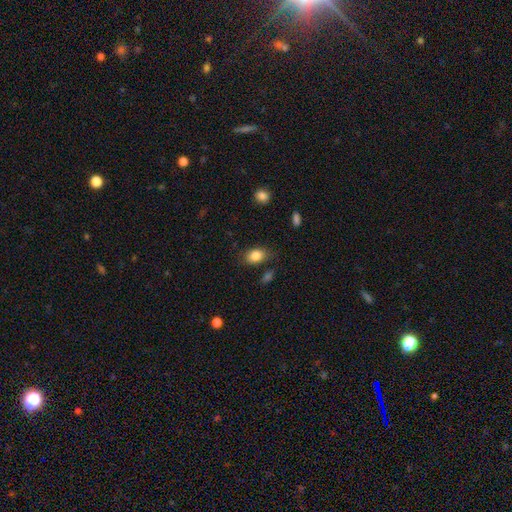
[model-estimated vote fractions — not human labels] The model was most divided on "merging": none: 75%, minor disturbance: 17%, major disturbance: 5%, merger: 3%. More confident: smooth or featured — smooth (85%); how rounded — in between (81%).